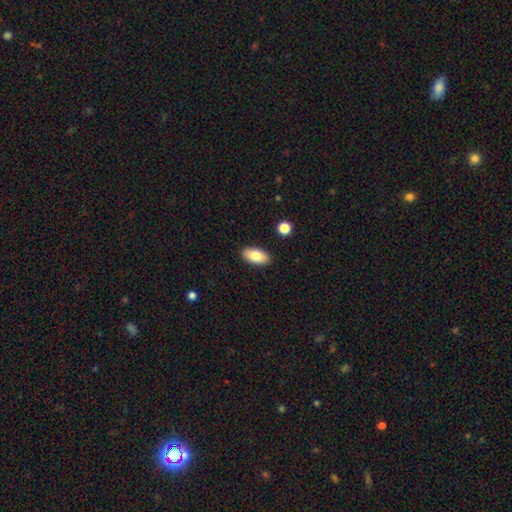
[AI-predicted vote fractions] smooth 83%, featured or disk 10%, star or artifact 7%. Down the decision tree: how rounded — in between (93%); merging — none (89%).